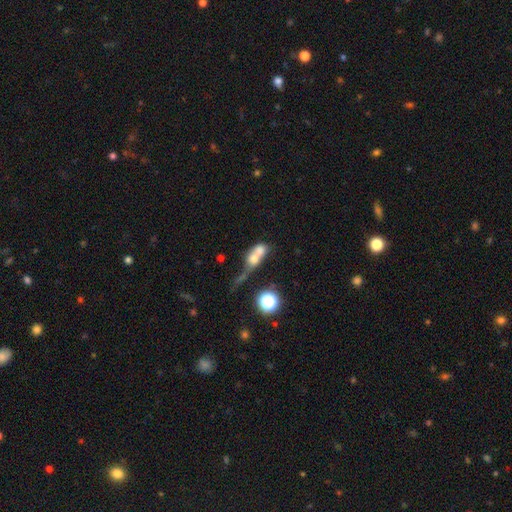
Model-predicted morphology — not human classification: Smooth or featured?
  - smooth: 60% *
  - featured or disk: 26%
  - star or artifact: 13%
How rounded?
  - in between: 51% *
  - round: 41%
  - cigar-shaped: 8%
Merging?
  - merger: 66% *
  - none: 16%
  - major disturbance: 11%
  - minor disturbance: 8%